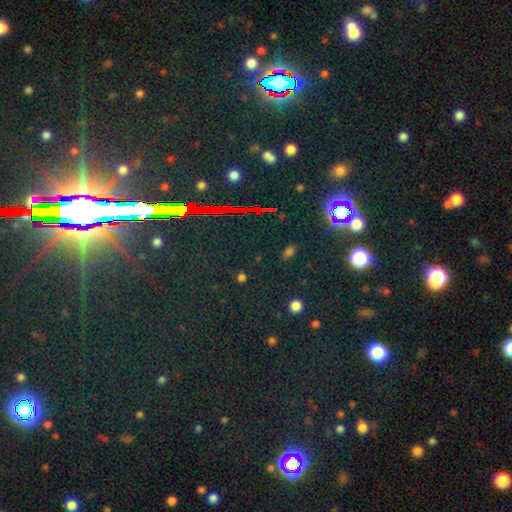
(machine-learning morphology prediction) This appears to be a star or artifact, not a galaxy (81%).